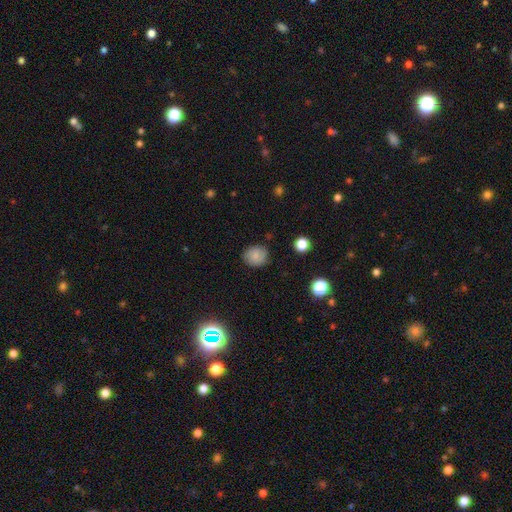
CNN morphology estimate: Smooth or featured: smooth — 75% (featured or disk — 14%)
How rounded: round — 73% (in between — 26%)
Merging: none — 76% (minor disturbance — 19%)